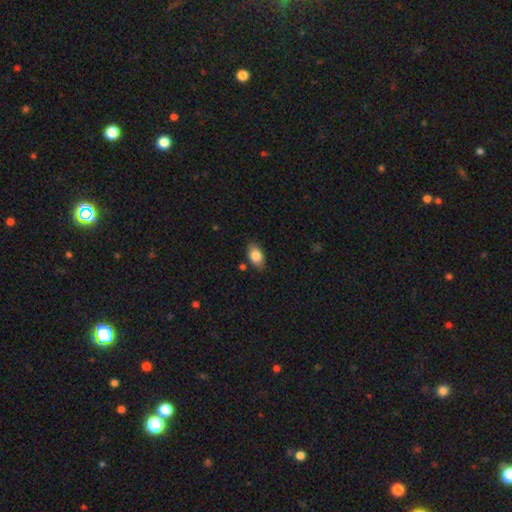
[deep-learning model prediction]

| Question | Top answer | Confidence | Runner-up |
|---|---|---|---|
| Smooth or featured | smooth | 82% | featured or disk (11%) |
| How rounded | in between | 90% | round (7%) |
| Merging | none | 82% | minor disturbance (13%) |